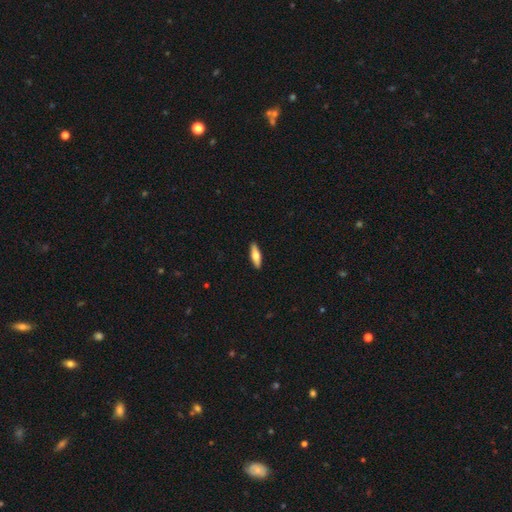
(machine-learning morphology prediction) A smooth galaxy with no disk features (60%) that is cigar-shaped (56%).

Vote fractions:
- Smooth or featured? smooth: 60% / featured or disk: 34% / star or artifact: 5%
- How rounded? cigar-shaped: 56% / in between: 42% / round: 2%
- Merging? none: 91% / minor disturbance: 7% / major disturbance: 1% / merger: 1%